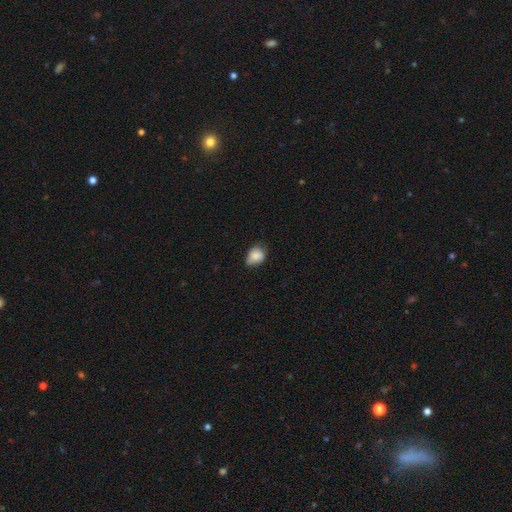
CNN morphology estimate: Overall: smooth (82%). How rounded: in between (68%; round 31%). Merging: none (54%; minor disturbance 37%).